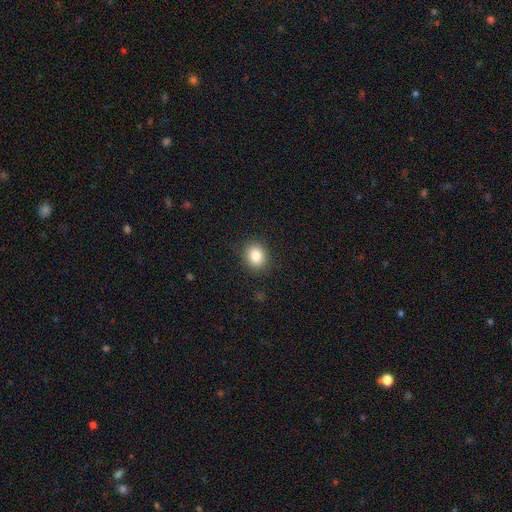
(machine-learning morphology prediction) smooth 84%, star or artifact 10%, featured or disk 6%. Down the decision tree: how rounded — round (62%); merging — none (89%).